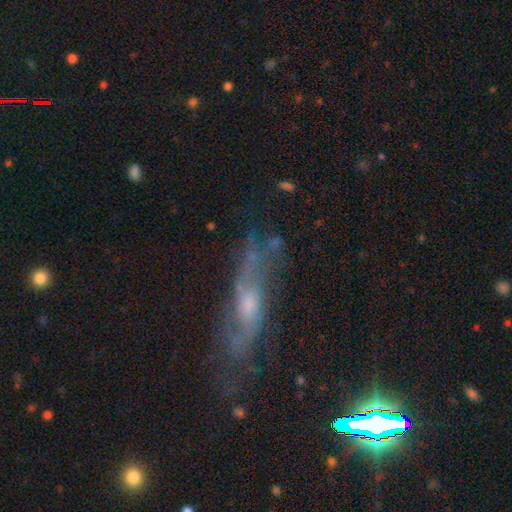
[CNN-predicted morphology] The model was most divided on "edge-on disk": no: 66%, yes: 34%. More confident: smooth or featured — featured or disk (63%); merging — none (55%).